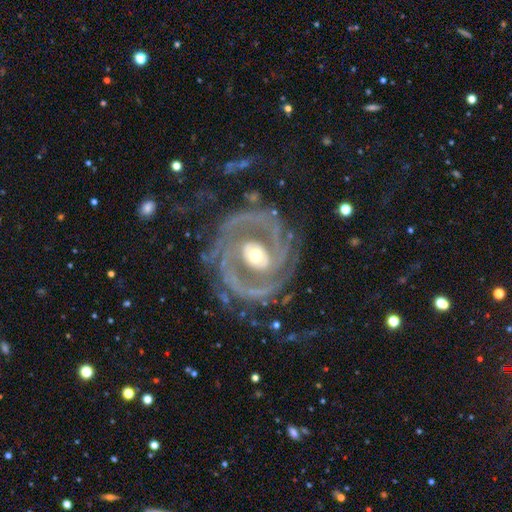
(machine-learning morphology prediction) Q: Smooth or featured?
A: featured or disk (90%); runner-up: smooth (5%)
Q: Edge-on disk?
A: no (97%); runner-up: yes (3%)
Q: Bar?
A: no (46%); runner-up: weak (31%)
Q: Spiral arms?
A: yes (95%); runner-up: no (5%)
Q: Spiral winding?
A: tight (48%); runner-up: medium (39%)
Q: Spiral arm count?
A: 2 (56%); runner-up: 3 (13%)
Q: Bulge size?
A: moderate (65%); runner-up: small (20%)
Q: Merging?
A: none (73%); runner-up: minor disturbance (14%)